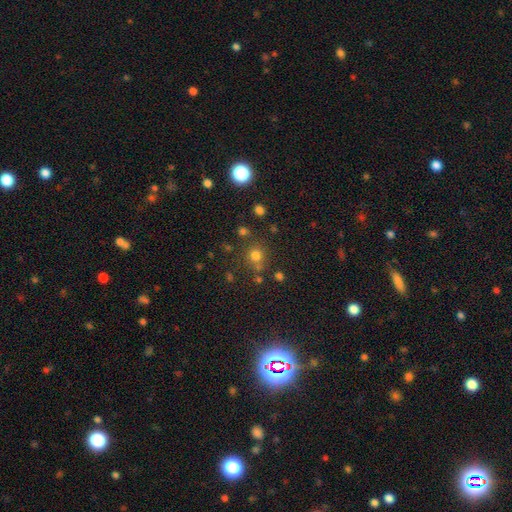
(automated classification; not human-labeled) smooth 72%, star or artifact 20%, featured or disk 8%. Down the decision tree: how rounded — round (88%); merging — none (72%).